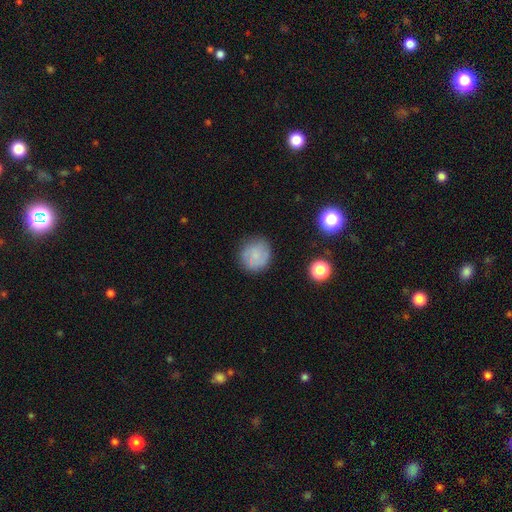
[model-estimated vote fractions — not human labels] Overall: smooth (69%). How rounded: round (88%). Merging: none (78%).